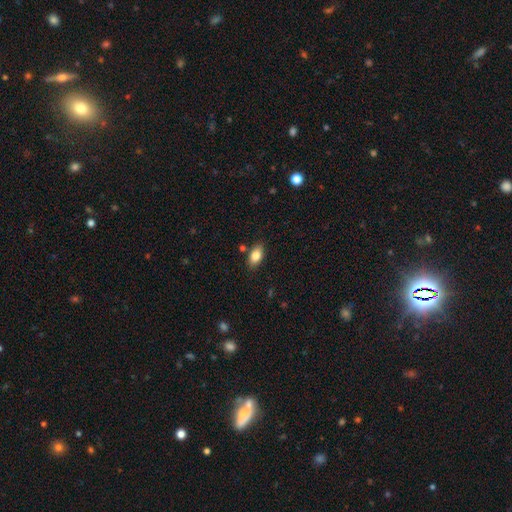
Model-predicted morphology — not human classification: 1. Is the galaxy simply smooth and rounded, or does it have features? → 82% smooth, 10% featured or disk, 8% star or artifact.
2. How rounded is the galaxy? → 89% in between, 7% round, 4% cigar-shaped.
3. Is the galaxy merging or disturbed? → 82% none, 12% minor disturbance, 4% merger, 3% major disturbance.